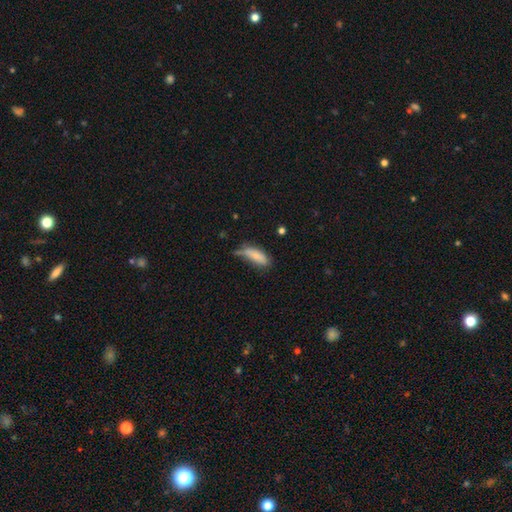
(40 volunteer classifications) Smooth or featured? 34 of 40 (85%) said smooth. How rounded? 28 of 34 (82%) said in between. Merging? 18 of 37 (49%) said minor disturbance.